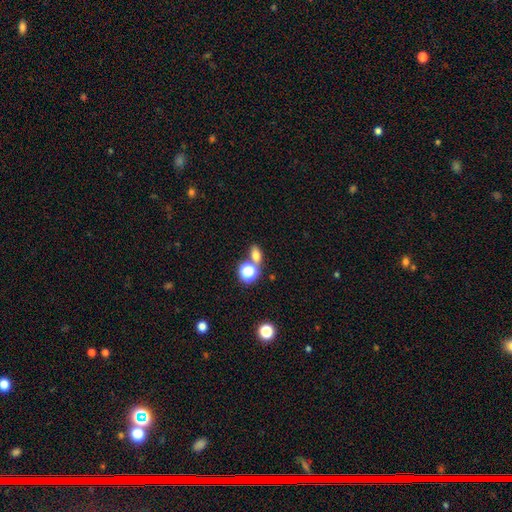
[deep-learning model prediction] This is likely a smooth galaxy (71%). How rounded: likely in between (68%). Merging: likely none (64%).